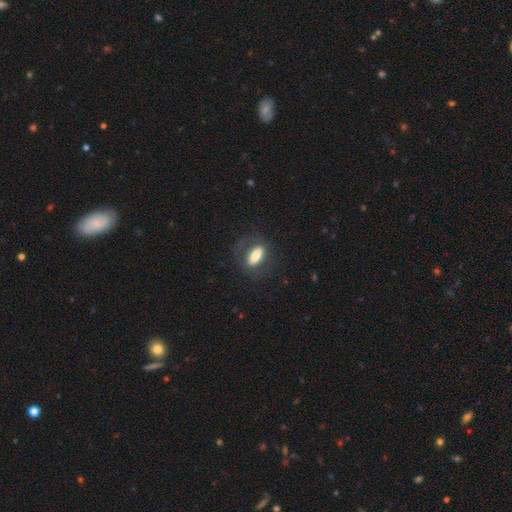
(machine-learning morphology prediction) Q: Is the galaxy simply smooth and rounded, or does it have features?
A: smooth — 63%.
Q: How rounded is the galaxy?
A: in between — 71%.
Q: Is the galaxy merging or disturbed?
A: none — 71%.